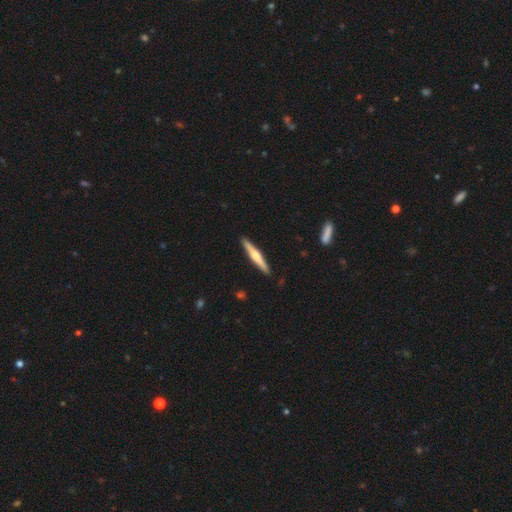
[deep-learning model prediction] The model was most divided on "smooth or featured": featured or disk: 64%, smooth: 31%, star or artifact: 5%. More confident: edge-on disk — yes (98%); merging — none (92%); edge-on bulge — rounded (86%).